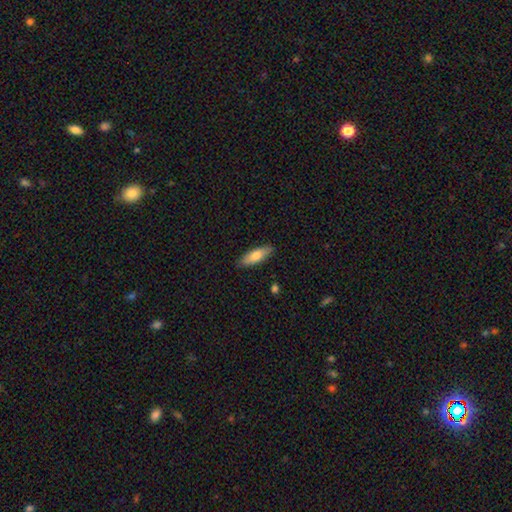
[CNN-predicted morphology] Smooth or featured: smooth — 74% (featured or disk — 20%)
How rounded: in between — 54% (cigar-shaped — 44%)
Merging: none — 88% (minor disturbance — 9%)